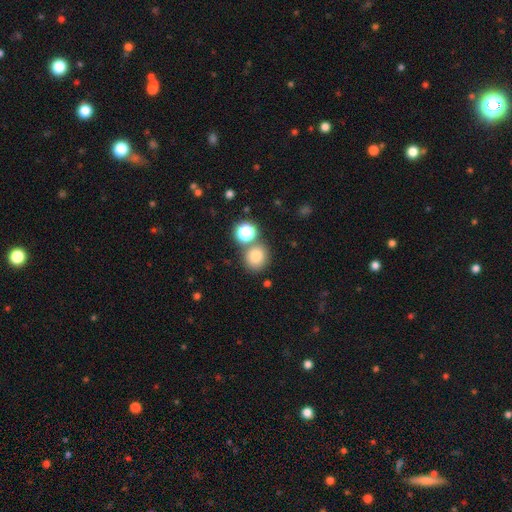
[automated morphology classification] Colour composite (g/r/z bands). It shows a smooth galaxy with no disk features (78%) that is round (84%). Merging: none (67%).